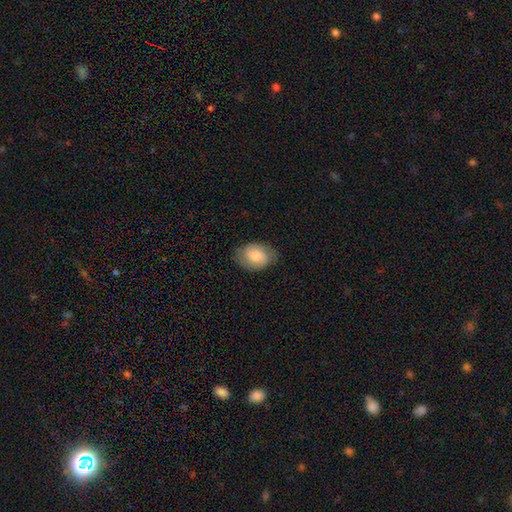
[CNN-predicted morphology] smooth_or_featured: smooth (p=0.65) [alt: featured or disk p=0.27]
how_rounded: in between (p=0.80) [alt: round p=0.19]
merging: none (p=0.80) [alt: minor disturbance p=0.15]